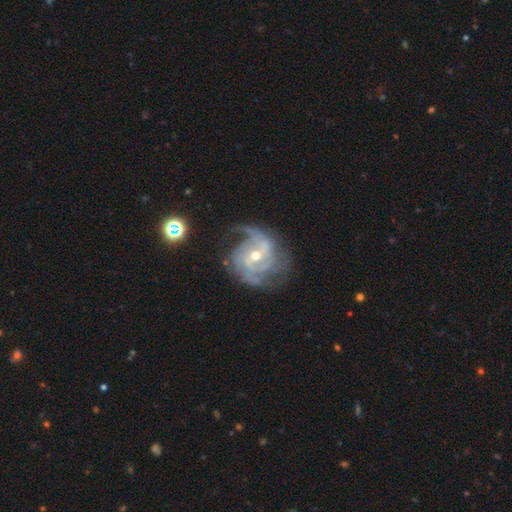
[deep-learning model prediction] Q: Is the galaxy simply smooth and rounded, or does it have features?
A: featured or disk — 89%.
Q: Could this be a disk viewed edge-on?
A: no — 97%.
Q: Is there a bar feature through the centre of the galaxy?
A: weak — 47%.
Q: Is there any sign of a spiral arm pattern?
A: yes — 97%.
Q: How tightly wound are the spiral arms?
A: medium — 45%.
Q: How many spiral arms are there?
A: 2 — 37%.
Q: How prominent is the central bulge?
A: small — 51%.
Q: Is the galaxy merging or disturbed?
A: none — 62%.